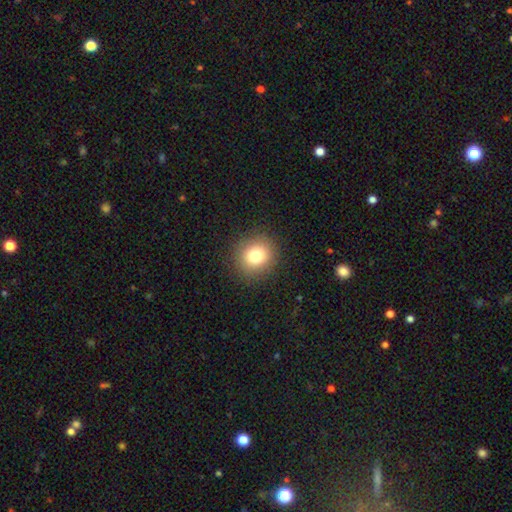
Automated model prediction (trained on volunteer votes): Overall: smooth (79%). How rounded: round (87%). Merging: none (90%).